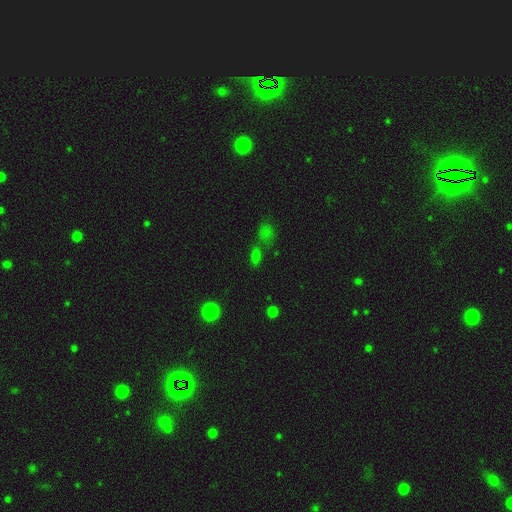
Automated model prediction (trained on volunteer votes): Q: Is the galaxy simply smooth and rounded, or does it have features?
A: smooth — 59%.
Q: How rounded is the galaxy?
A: in between — 72%.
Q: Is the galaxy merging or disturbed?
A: none — 53%.